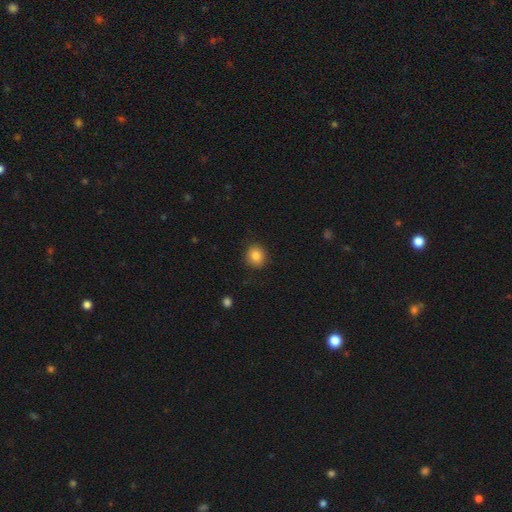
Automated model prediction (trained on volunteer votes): Smooth or featured? smooth (84%)
How rounded? round (84%)
Merging? none (89%)